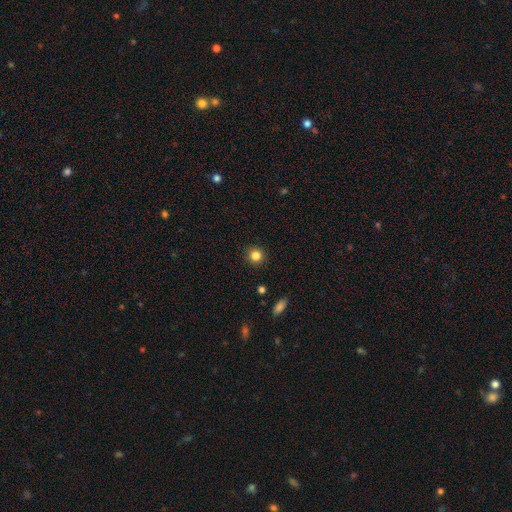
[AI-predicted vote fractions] Smooth or featured? smooth (84%)
How rounded? round (92%)
Merging? none (91%)